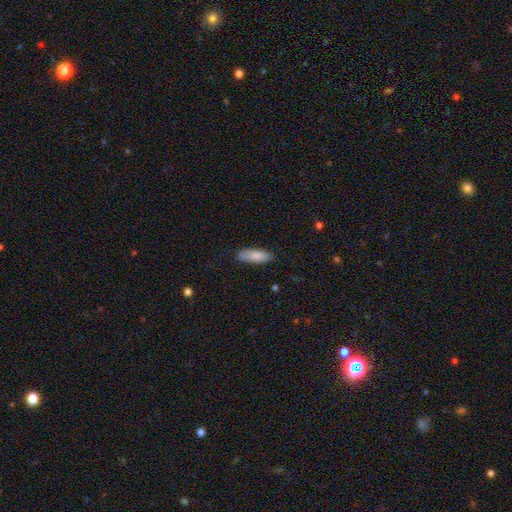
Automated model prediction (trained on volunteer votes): Overall: smooth (86%). How rounded: in between (66%; cigar-shaped 33%). Merging: none (83%).